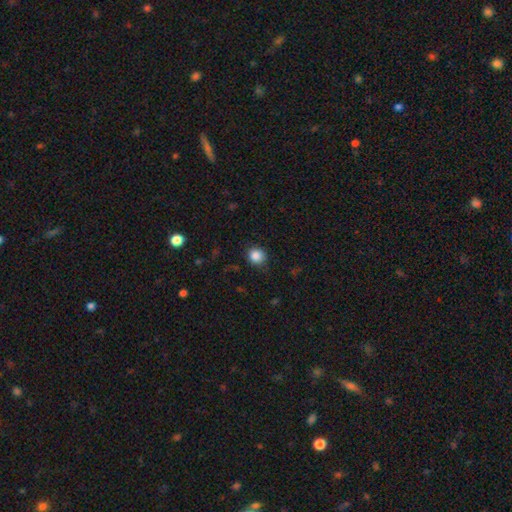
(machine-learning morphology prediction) This is clearly a smooth galaxy (86%). How rounded: clearly round (84%). Merging: clearly none (85%).